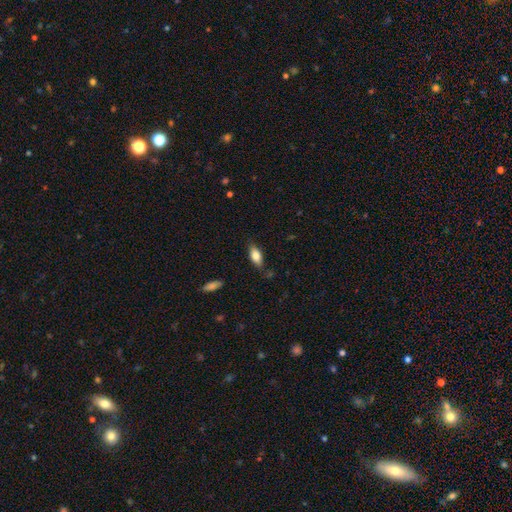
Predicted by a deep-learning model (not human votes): Smooth or featured? smooth (80%)
How rounded? in between (85%)
Merging? none (77%)